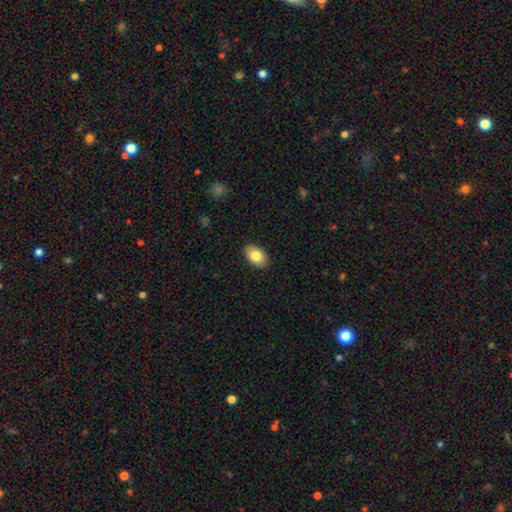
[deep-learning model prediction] Smooth or featured?
  - smooth: 82% *
  - featured or disk: 11%
  - star or artifact: 7%
How rounded?
  - in between: 91% *
  - round: 8%
  - cigar-shaped: 1%
Merging?
  - none: 89% *
  - minor disturbance: 8%
  - major disturbance: 2%
  - merger: 1%